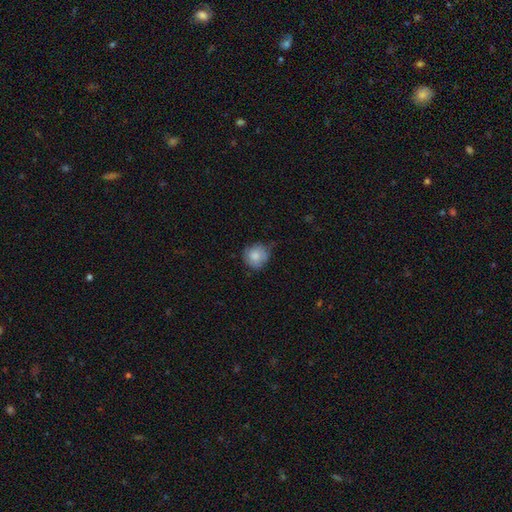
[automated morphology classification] Smooth or featured?
  - smooth: 83% *
  - featured or disk: 9%
  - star or artifact: 8%
How rounded?
  - round: 87% *
  - in between: 12%
  - cigar-shaped: 1%
Merging?
  - none: 60% *
  - minor disturbance: 32%
  - major disturbance: 6%
  - merger: 2%